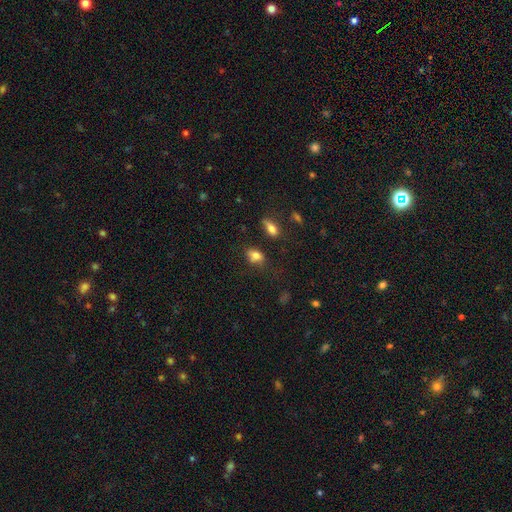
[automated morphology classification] Smooth or featured: smooth — 77% (star or artifact — 12%)
How rounded: in between — 72% (round — 25%)
Merging: none — 55% (minor disturbance — 23%)